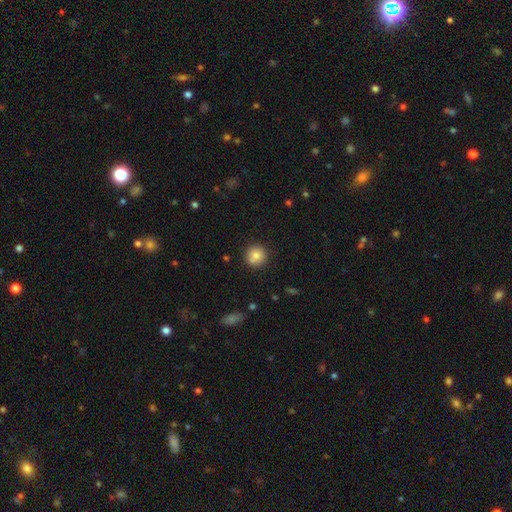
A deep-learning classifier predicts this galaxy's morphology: Smooth or featured? Predicted: smooth (p=0.79). How rounded? Predicted: round (p=0.94). Merging? Predicted: none (p=0.79).